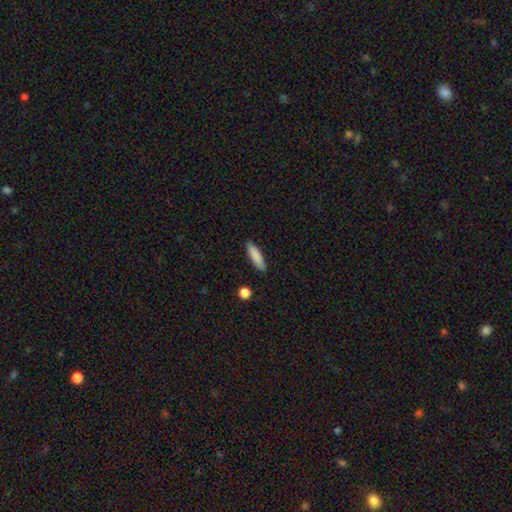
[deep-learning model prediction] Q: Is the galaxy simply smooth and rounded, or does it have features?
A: smooth — 86%.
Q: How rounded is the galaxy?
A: cigar-shaped — 67%.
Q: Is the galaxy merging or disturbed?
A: none — 88%.